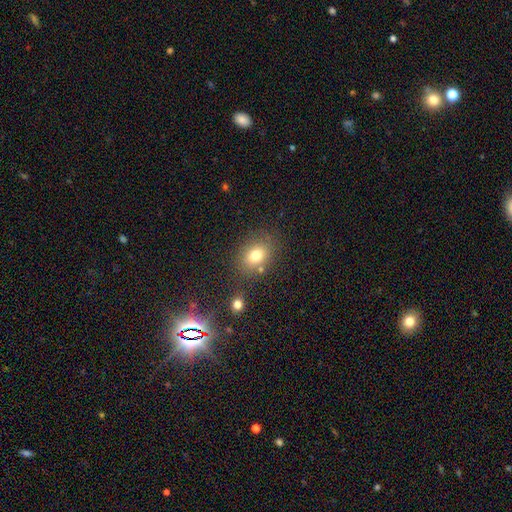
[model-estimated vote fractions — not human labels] smooth_or_featured: smooth (p=0.76) [alt: star or artifact p=0.13]
how_rounded: in between (p=0.57) [alt: round p=0.42]
merging: none (p=0.74) [alt: minor disturbance p=0.13]